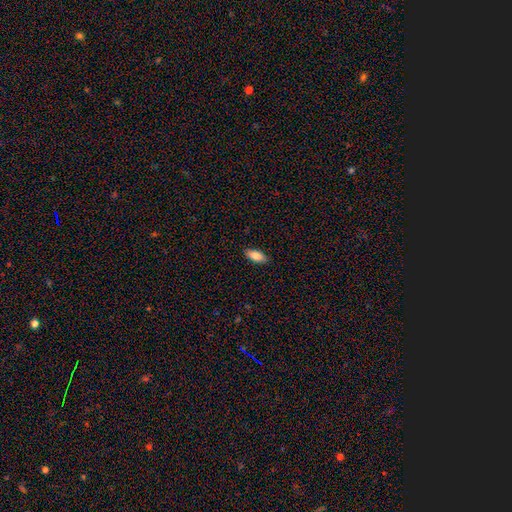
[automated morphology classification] This is clearly a smooth galaxy (85%). How rounded: clearly in between (83%). Merging: clearly none (88%).